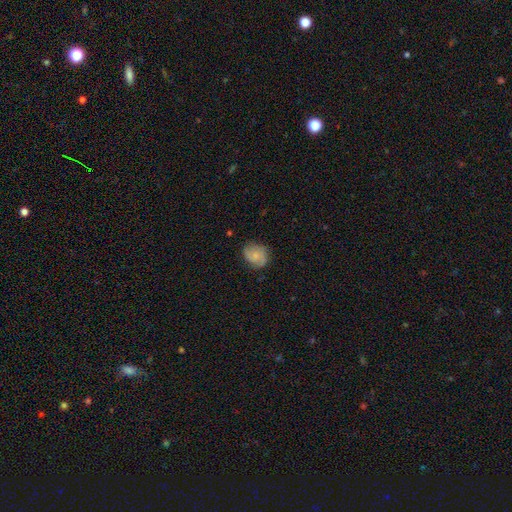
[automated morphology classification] smooth_or_featured: smooth (p=0.49) [alt: featured or disk p=0.42]
merging: none (p=0.70) [alt: minor disturbance p=0.22]